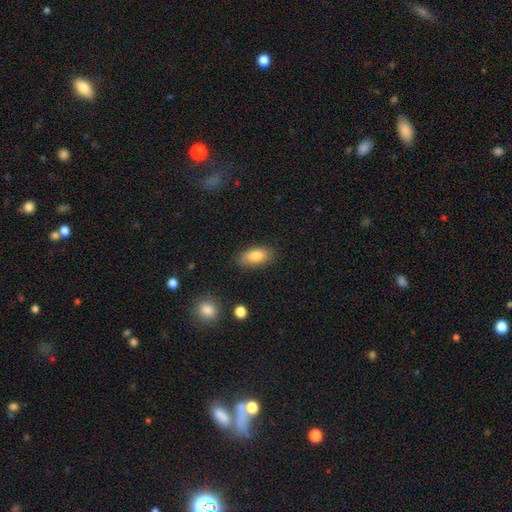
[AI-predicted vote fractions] smooth-or-featured: smooth: 83% | featured or disk: 10% | star or artifact: 7%
  how-rounded: in between: 89% | cigar-shaped: 7% | round: 4%
  merging: none: 84% | minor disturbance: 12% | major disturbance: 3% | merger: 2%